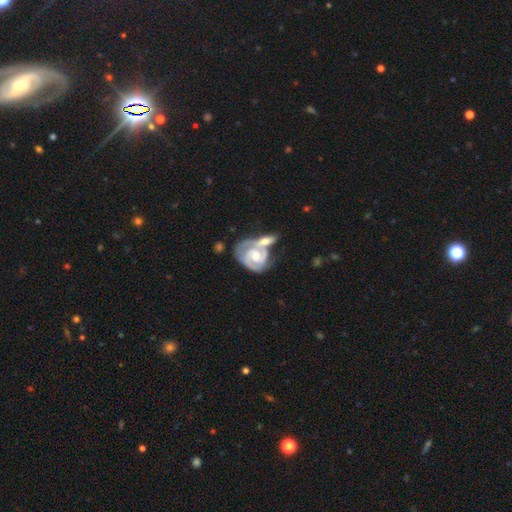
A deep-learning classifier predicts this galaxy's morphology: smooth_or_featured: featured or disk (p=0.80) [alt: smooth p=0.16]
disk_edge_on: no (p=0.97) [alt: yes p=0.03]
bar: no (p=0.62) [alt: weak p=0.30]
has_spiral_arms: yes (p=0.88) [alt: no p=0.12]
spiral_winding: tight (p=0.60) [alt: medium p=0.31]
spiral_arm_count: 2 (p=0.56) [alt: can't tell p=0.20]
bulge_size: moderate (p=0.66) [alt: small p=0.24]
merging: merger (p=0.51) [alt: none p=0.23]